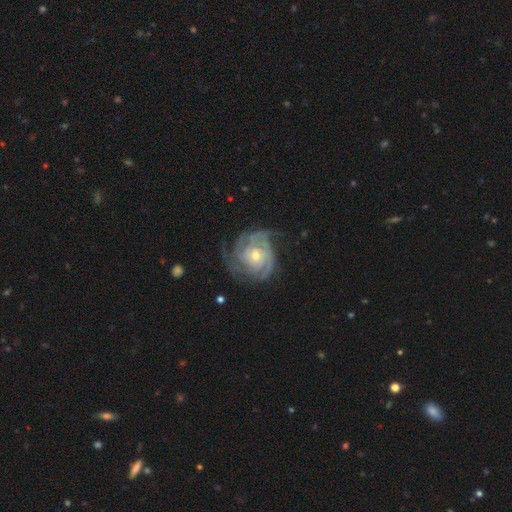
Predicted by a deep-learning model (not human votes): Overall: featured or disk (88%). Edge-on disk: no (98%). Bar: no (77%). Spiral arms: yes (96%). Spiral arm count: 3 (31%; can't tell 23%). Spiral winding: tight (70%). Bulge size: moderate (49%; small 47%). Merging: none (68%).